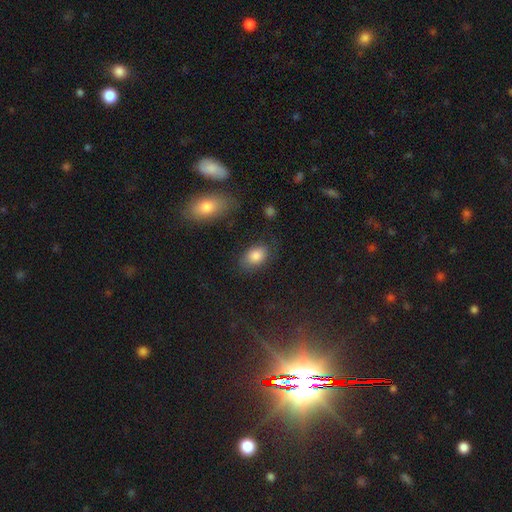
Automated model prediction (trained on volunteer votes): Smooth or featured: smooth — 83% (star or artifact — 9%)
How rounded: in between — 85% (round — 13%)
Merging: none — 75% (minor disturbance — 17%)